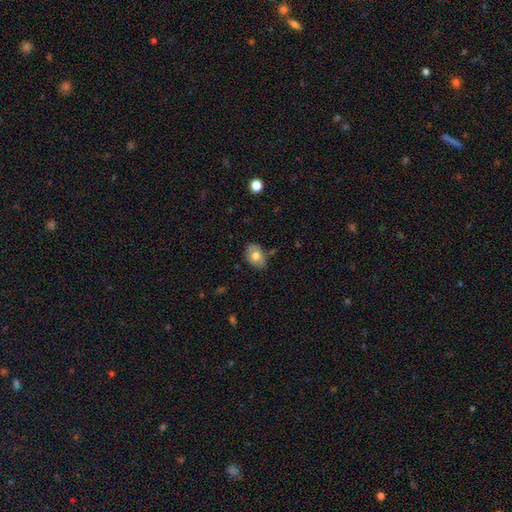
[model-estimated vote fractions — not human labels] smooth_or_featured: smooth (p=0.70) [alt: featured or disk p=0.22]
how_rounded: in between (p=0.78) [alt: round p=0.21]
merging: none (p=0.75) [alt: minor disturbance p=0.18]